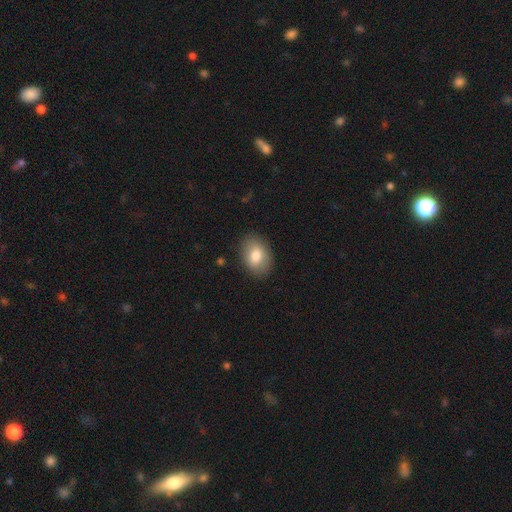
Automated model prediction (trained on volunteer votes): A smooth galaxy with no disk features (80%) that is in between round and cigar-shaped (79%). Merging: none (86%).